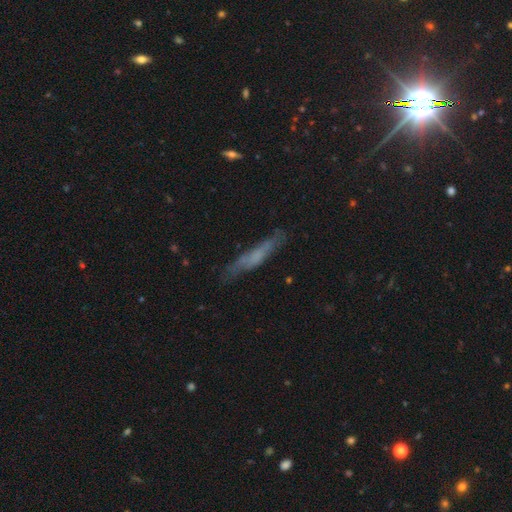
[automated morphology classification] Smooth or featured?
  - smooth: 49% *
  - featured or disk: 41%
  - star or artifact: 9%
Merging?
  - none: 71% *
  - minor disturbance: 20%
  - major disturbance: 6%
  - merger: 2%